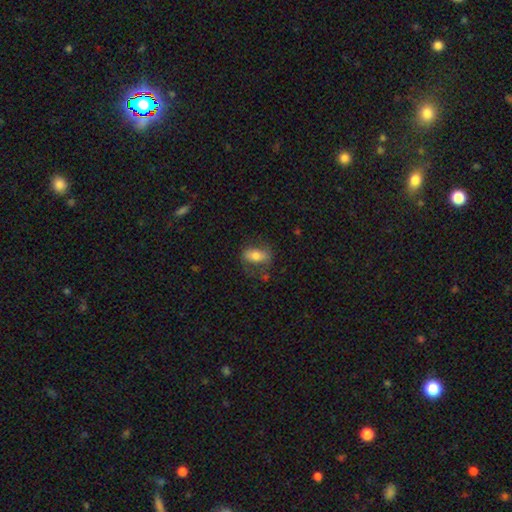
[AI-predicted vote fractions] smooth_or_featured: smooth (p=0.64) [alt: featured or disk p=0.29]
how_rounded: in between (p=0.83) [alt: cigar-shaped p=0.09]
merging: none (p=0.67) [alt: minor disturbance p=0.20]